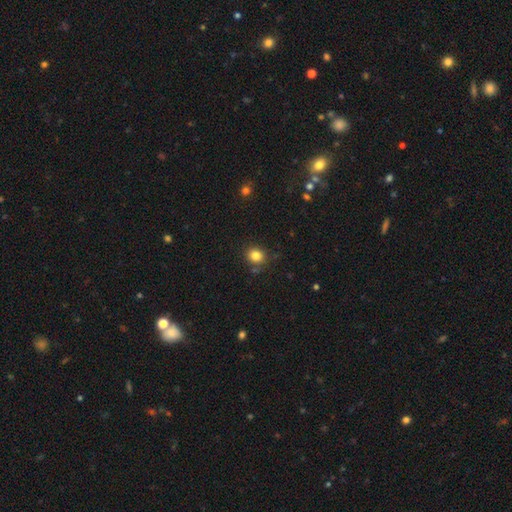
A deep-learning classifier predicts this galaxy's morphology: smooth_or_featured: smooth (p=0.83) [alt: star or artifact p=0.12]
how_rounded: round (p=0.80) [alt: in between p=0.19]
merging: none (p=0.84) [alt: minor disturbance p=0.10]